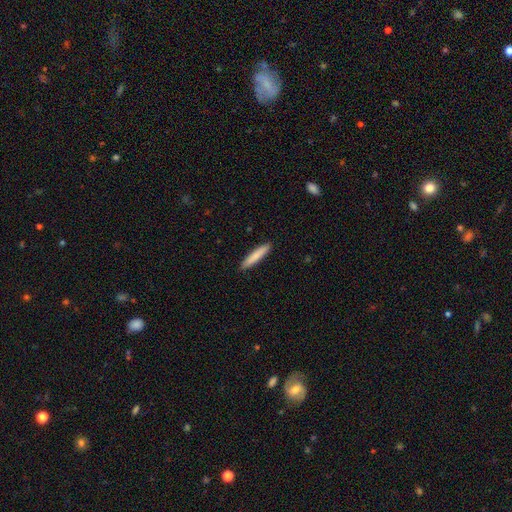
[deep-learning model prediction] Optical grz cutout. It shows a smooth galaxy with no disk features (83%) that is cigar-shaped (92%). Merging: none (91%).